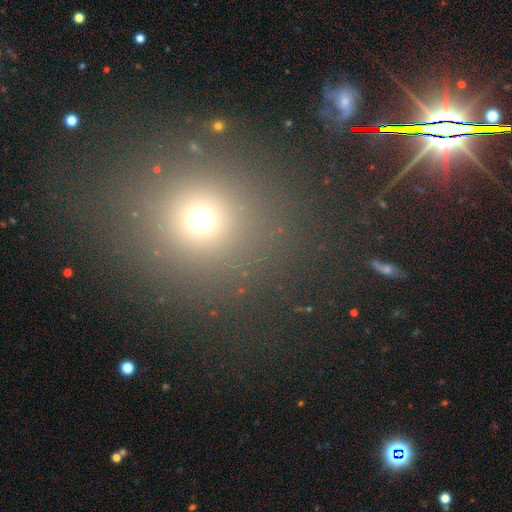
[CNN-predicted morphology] smooth_or_featured: smooth (p=0.54) [alt: star or artifact p=0.36]
how_rounded: round (p=0.89) [alt: in between p=0.09]
merging: none (p=0.86) [alt: minor disturbance p=0.07]